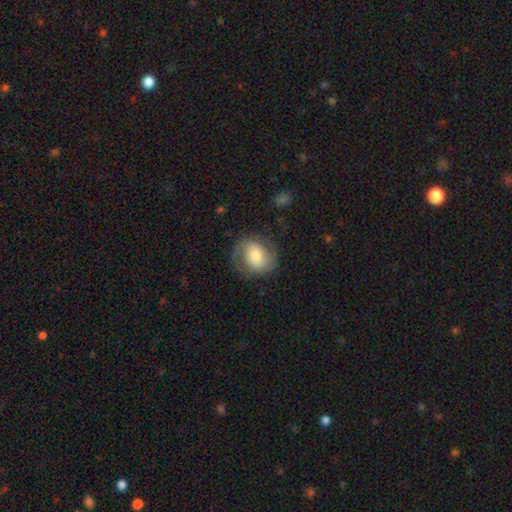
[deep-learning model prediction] This appears to be a featured or disk galaxy (51%). Merging: none (67%).